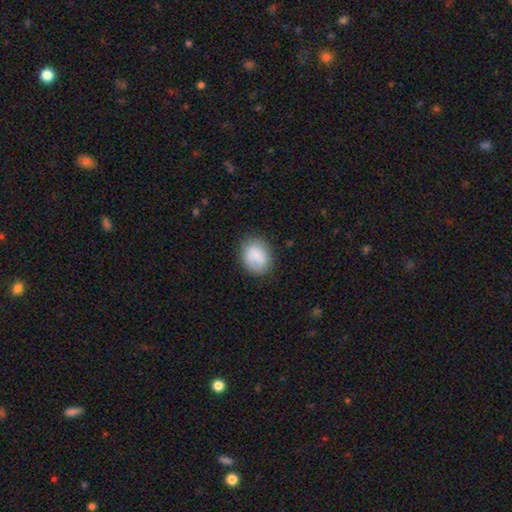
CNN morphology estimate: The model was most divided on "how rounded": round: 52%, in between: 47%, cigar-shaped: 1%. More confident: smooth or featured — smooth (80%); merging — none (74%).